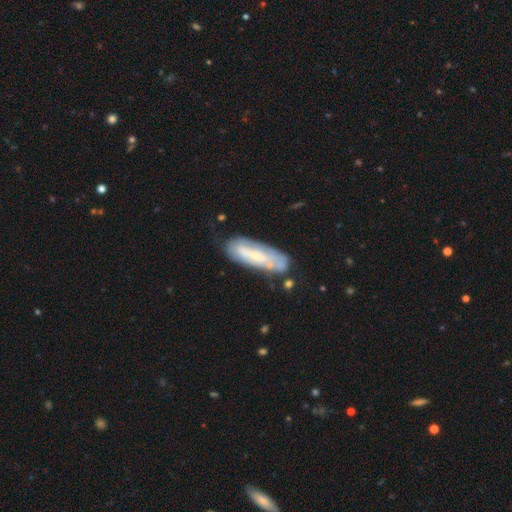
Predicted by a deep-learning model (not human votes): Smooth or featured? featured or disk (52%)
Edge-on disk? no (78%)
Merging? none (61%)